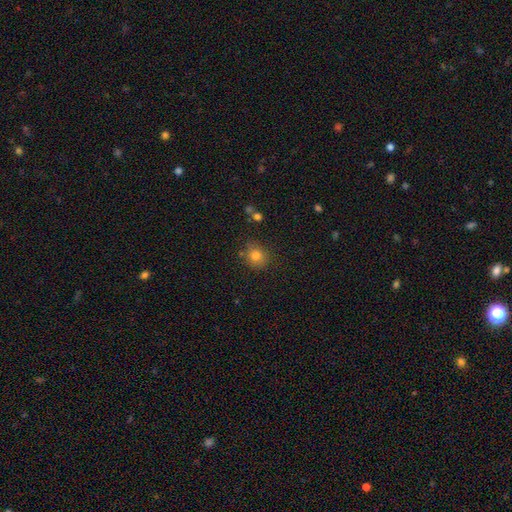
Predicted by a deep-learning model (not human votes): Q: Smooth or featured?
A: smooth (80%); runner-up: star or artifact (12%)
Q: How rounded?
A: round (78%); runner-up: in between (21%)
Q: Merging?
A: none (79%); runner-up: minor disturbance (13%)